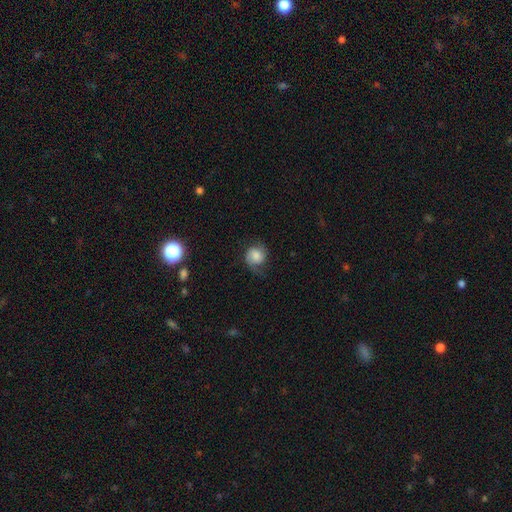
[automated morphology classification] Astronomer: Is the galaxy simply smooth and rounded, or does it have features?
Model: smooth — 57% (runner-up: featured or disk, 34%).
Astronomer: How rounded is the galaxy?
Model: round — 77%.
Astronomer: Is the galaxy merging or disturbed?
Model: none — 60%.